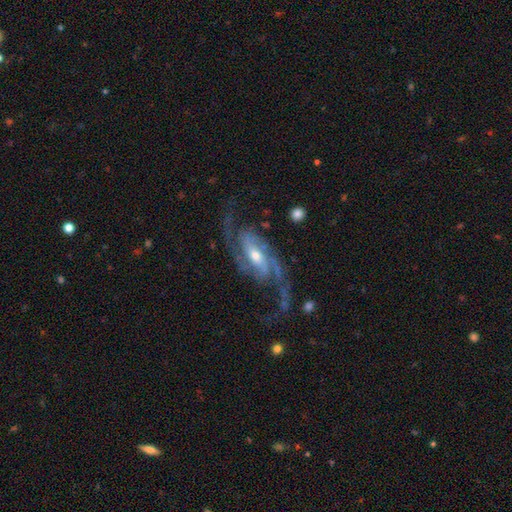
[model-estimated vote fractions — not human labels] Smooth or featured?
  - featured or disk: 92% *
  - star or artifact: 4%
  - smooth: 4%
Edge-on disk?
  - no: 95% *
  - yes: 5%
Bar?
  - weak: 39% *
  - no: 33%
  - strong: 28%
Spiral arms?
  - yes: 98% *
  - no: 2%
Spiral winding?
  - medium: 50% *
  - loose: 28%
  - tight: 22%
Spiral arm count?
  - 2: 69% *
  - 3: 14%
  - can't tell: 6%
  - 4: 4%
  - 1: 4%
  - more than 4: 3%
Bulge size?
  - moderate: 55% *
  - small: 38%
  - large: 4%
  - none: 1%
  - dominant: 1%
Merging?
  - none: 68% *
  - minor disturbance: 16%
  - major disturbance: 14%
  - merger: 2%